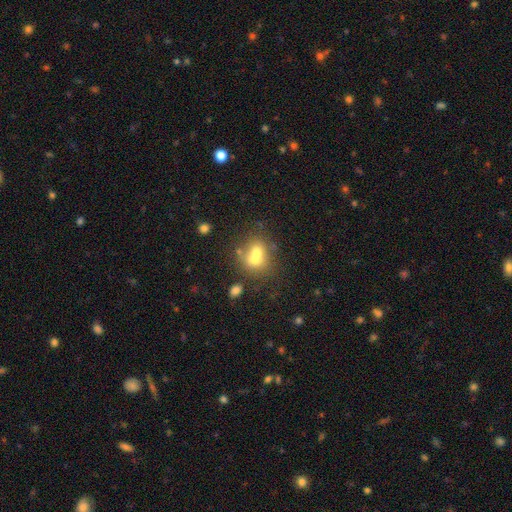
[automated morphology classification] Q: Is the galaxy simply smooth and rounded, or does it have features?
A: smooth — 64%.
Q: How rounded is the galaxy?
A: round — 62%.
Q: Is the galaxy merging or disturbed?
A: merger — 56%.